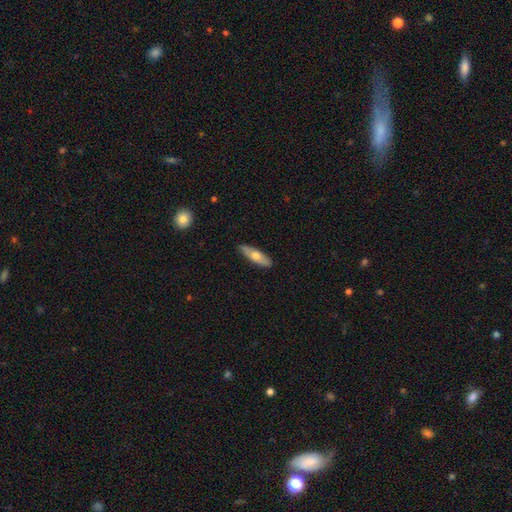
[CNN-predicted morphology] This appears to be a smooth galaxy with no disk features (60%) that is cigar-shaped (60%). Merging: none (88%).